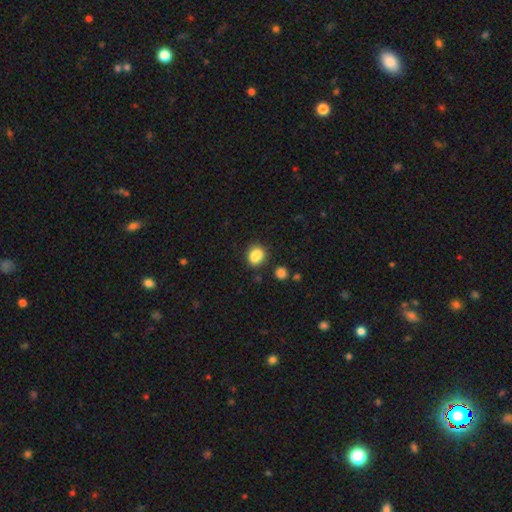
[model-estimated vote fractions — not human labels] Smooth or featured: smooth — 86% (star or artifact — 10%)
How rounded: round — 51% (in between — 48%)
Merging: none — 75% (minor disturbance — 14%)